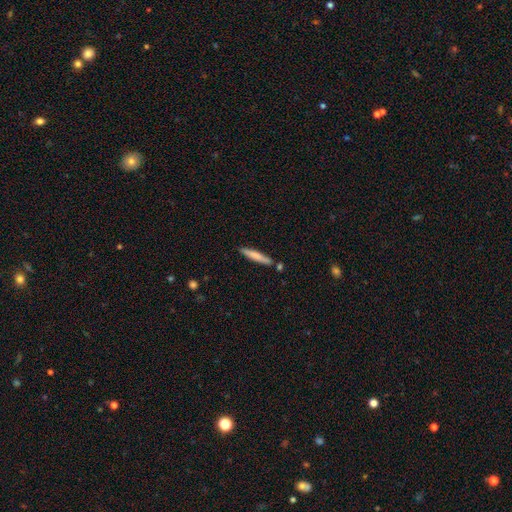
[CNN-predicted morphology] smooth_or_featured: smooth (p=0.74) [alt: featured or disk p=0.21]
how_rounded: cigar-shaped (p=0.93) [alt: in between p=0.06]
merging: none (p=0.80) [alt: minor disturbance p=0.11]